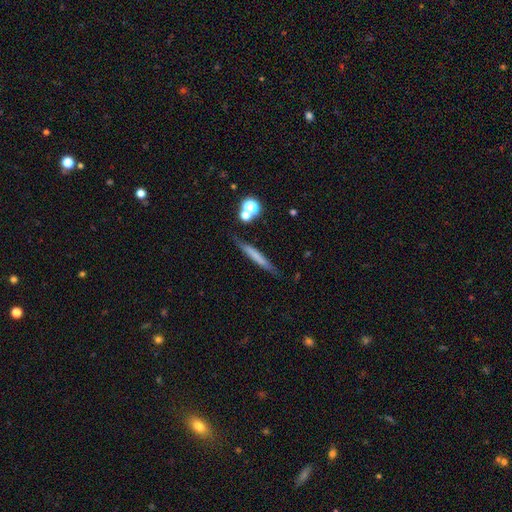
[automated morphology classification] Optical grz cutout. It shows a smooth galaxy with no disk features (57%) that is cigar-shaped (93%). Merging: none (80%).